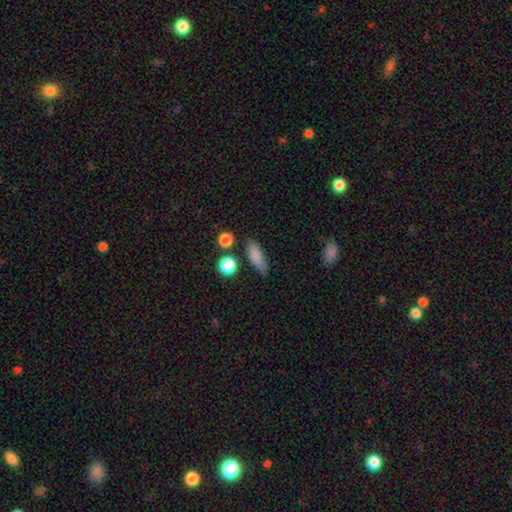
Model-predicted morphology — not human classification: This is clearly a smooth galaxy (82%). How rounded: likely in between (62%). Merging: likely none (69%).